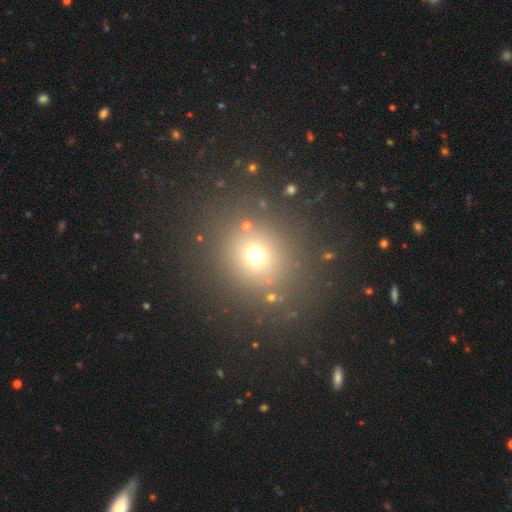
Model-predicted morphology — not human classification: Smooth or featured? smooth (67%)
How rounded? round (82%)
Merging? none (82%)